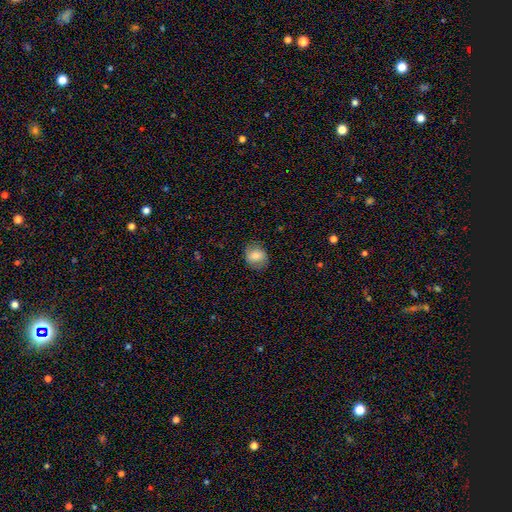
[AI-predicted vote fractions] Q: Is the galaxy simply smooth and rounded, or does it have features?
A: smooth — 75%.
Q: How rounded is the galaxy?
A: round — 62%.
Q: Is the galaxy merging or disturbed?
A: none — 82%.